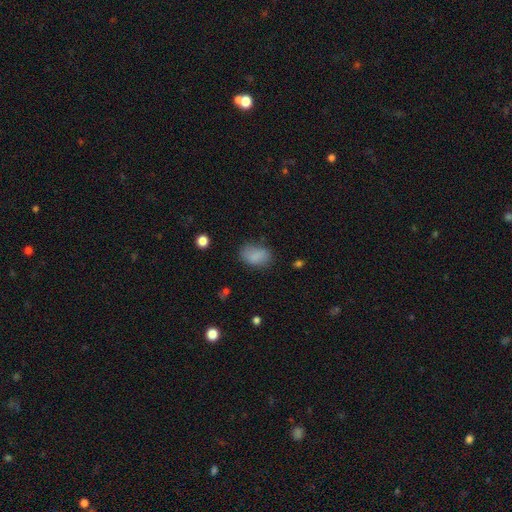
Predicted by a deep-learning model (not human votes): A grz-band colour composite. It shows a smooth galaxy with no disk features (85%) that is in between round and cigar-shaped (88%). Merging: none (73%).